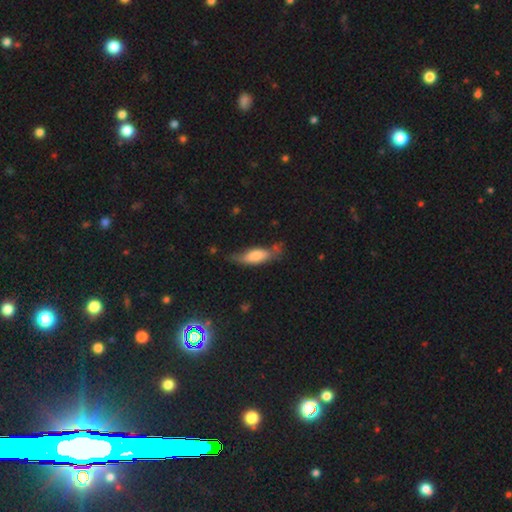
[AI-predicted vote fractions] This is likely a smooth galaxy (67%). How rounded: likely in between (60%). Merging: possibly none (53%).